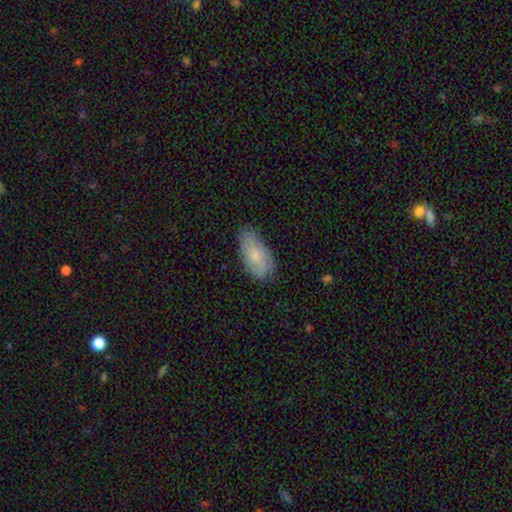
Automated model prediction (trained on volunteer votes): This appears to be a smooth galaxy with no disk features (73%) that is in between round and cigar-shaped (91%). Merging: none (71%).